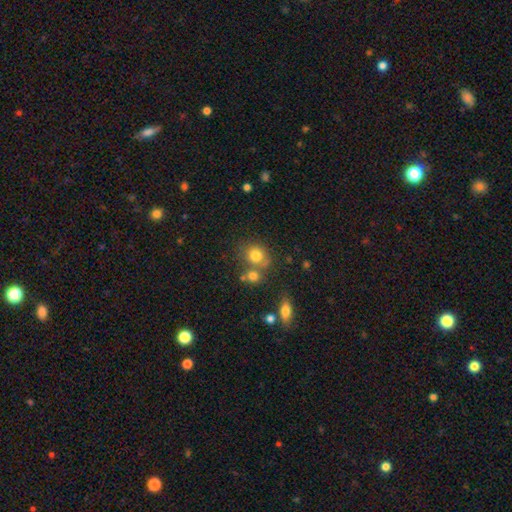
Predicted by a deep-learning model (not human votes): Smooth or featured?
  - smooth: 78% *
  - star or artifact: 12%
  - featured or disk: 10%
How rounded?
  - round: 78% *
  - in between: 21%
  - cigar-shaped: 1%
Merging?
  - none: 58% *
  - merger: 25%
  - minor disturbance: 12%
  - major disturbance: 5%